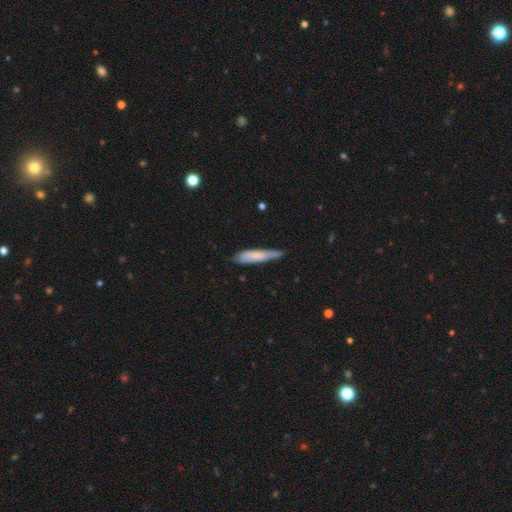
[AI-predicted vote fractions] smooth_or_featured: smooth (p=0.70) [alt: featured or disk p=0.24]
how_rounded: cigar-shaped (p=0.83) [alt: in between p=0.15]
merging: none (p=0.64) [alt: minor disturbance p=0.29]